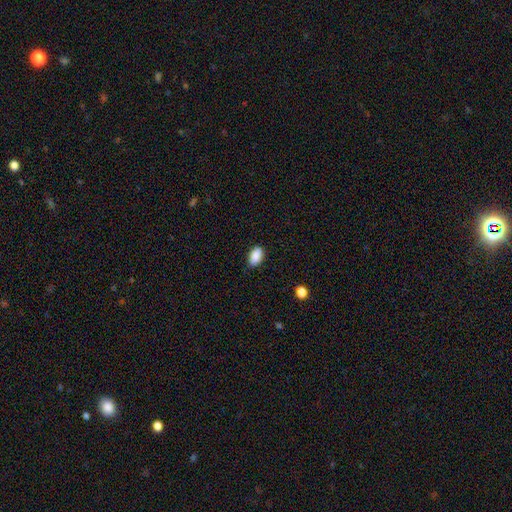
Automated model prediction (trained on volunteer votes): Overall: smooth (89%). How rounded: in between (93%). Merging: none (87%).